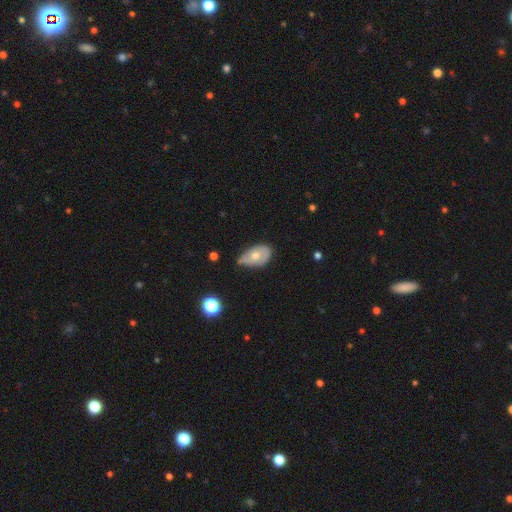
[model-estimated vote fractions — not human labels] smooth-or-featured: smooth: 55% | featured or disk: 37% | star or artifact: 8%
  how-rounded: in between: 89% | round: 10% | cigar-shaped: 2%
  merging: minor disturbance: 46% | none: 38% | major disturbance: 11% | merger: 5%